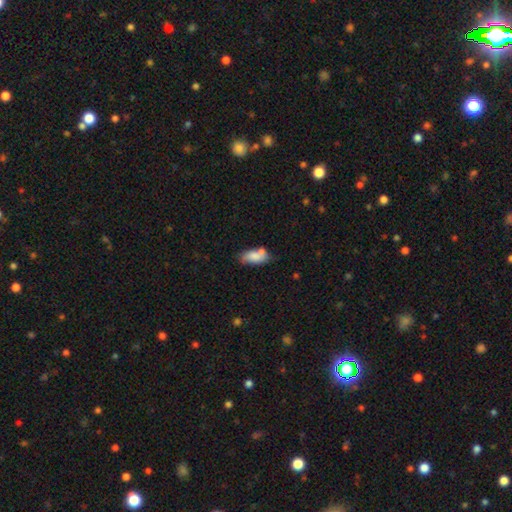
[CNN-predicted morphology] Overall: smooth (78%). How rounded: in between (87%). Merging: none (55%; minor disturbance 22%).